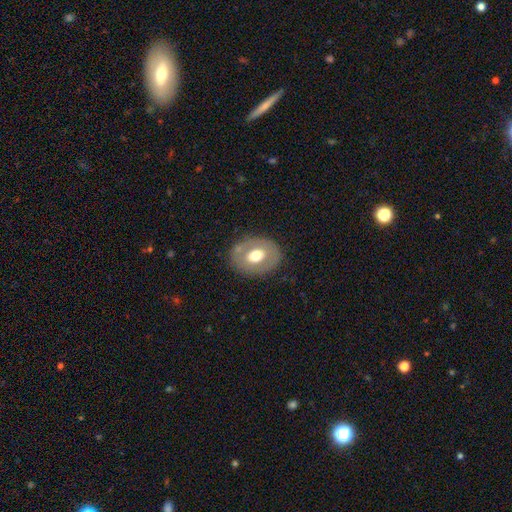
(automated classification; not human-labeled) The model was most divided on "smooth or featured": smooth: 53%, featured or disk: 40%, star or artifact: 7%. More confident: merging — none (80%); how rounded — in between (63%).